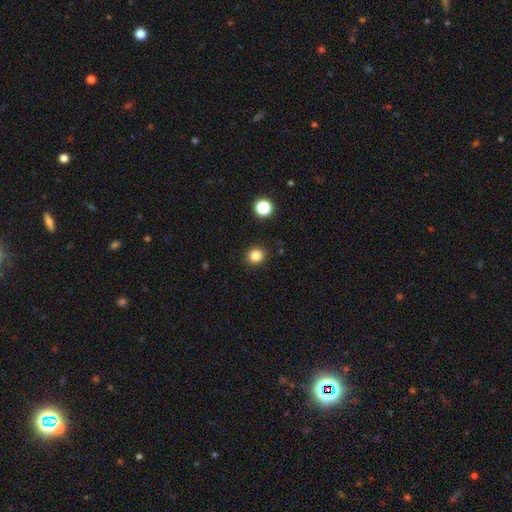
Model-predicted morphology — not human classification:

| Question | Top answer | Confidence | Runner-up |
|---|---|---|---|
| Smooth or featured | smooth | 83% | star or artifact (12%) |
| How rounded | round | 82% | in between (17%) |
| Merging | none | 91% | minor disturbance (6%) |